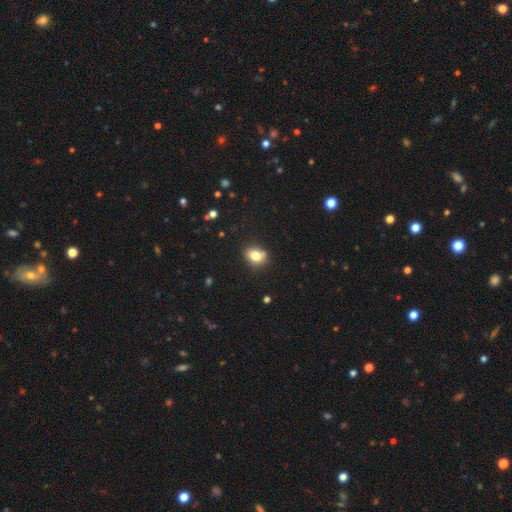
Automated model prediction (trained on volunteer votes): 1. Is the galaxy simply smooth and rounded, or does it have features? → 81% smooth, 10% star or artifact, 8% featured or disk.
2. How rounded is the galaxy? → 58% in between, 41% round, 1% cigar-shaped.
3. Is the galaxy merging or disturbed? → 78% none, 15% minor disturbance, 4% merger, 3% major disturbance.